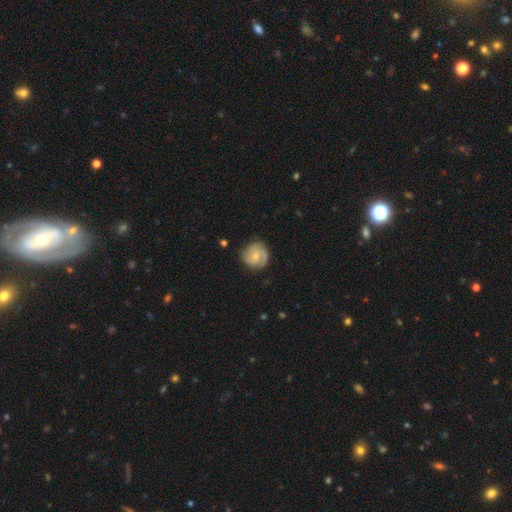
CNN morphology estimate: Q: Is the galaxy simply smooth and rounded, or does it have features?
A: featured or disk — 71%.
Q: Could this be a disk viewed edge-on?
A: no — 98%.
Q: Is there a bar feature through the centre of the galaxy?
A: no — 66%.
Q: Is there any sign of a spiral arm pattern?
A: yes — 95%.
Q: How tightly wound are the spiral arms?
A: tight — 50%.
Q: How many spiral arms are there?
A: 2 — 45%.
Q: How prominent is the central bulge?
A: small — 60%.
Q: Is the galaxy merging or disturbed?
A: none — 79%.